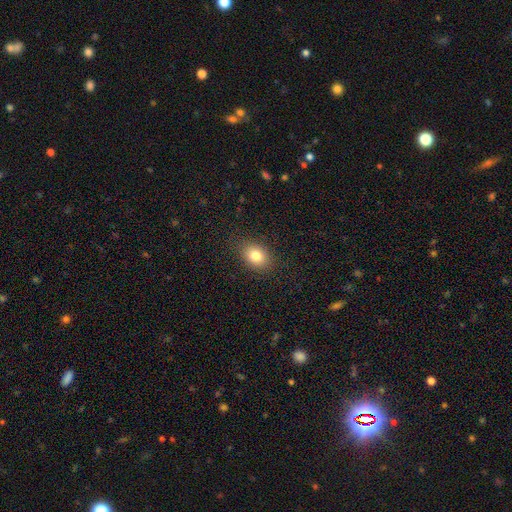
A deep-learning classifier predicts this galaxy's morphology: smooth_or_featured: smooth (p=0.81) [alt: star or artifact p=0.10]
how_rounded: in between (p=0.68) [alt: round p=0.31]
merging: none (p=0.87) [alt: minor disturbance p=0.09]